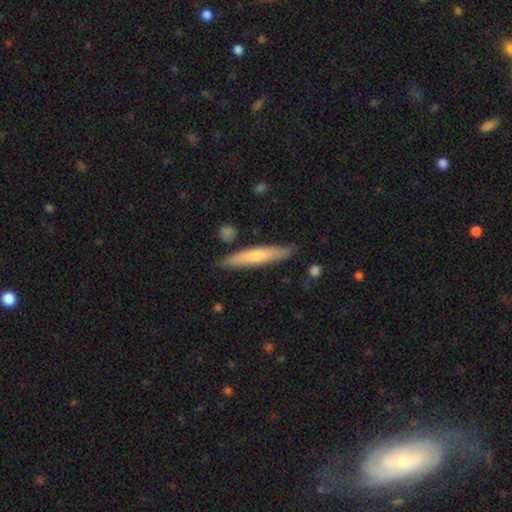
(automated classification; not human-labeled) A smooth galaxy with no disk features (57%) that is cigar-shaped (91%). Merging: none (84%).